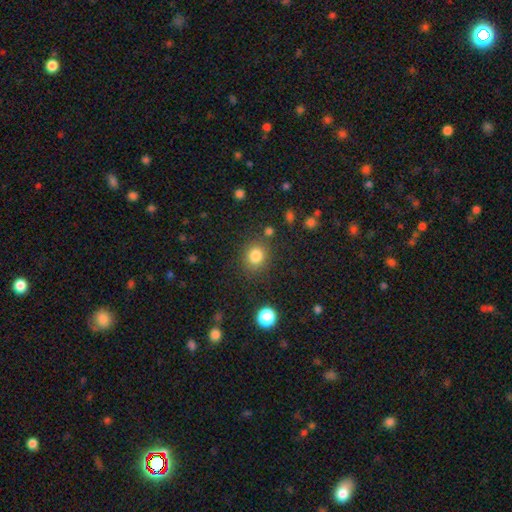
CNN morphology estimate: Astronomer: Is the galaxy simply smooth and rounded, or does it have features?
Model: smooth — 82%.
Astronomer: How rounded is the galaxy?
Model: round — 74%.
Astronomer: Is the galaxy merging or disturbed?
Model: none — 80%.